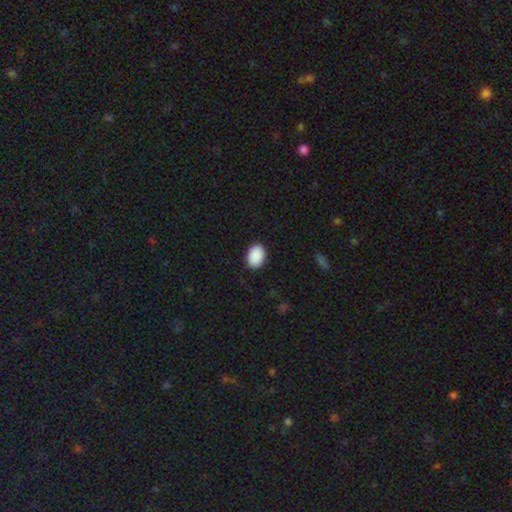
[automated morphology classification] The model was most divided on "how rounded": in between: 77%, round: 22%, cigar-shaped: 1%. More confident: smooth or featured — smooth (91%); merging — none (90%).